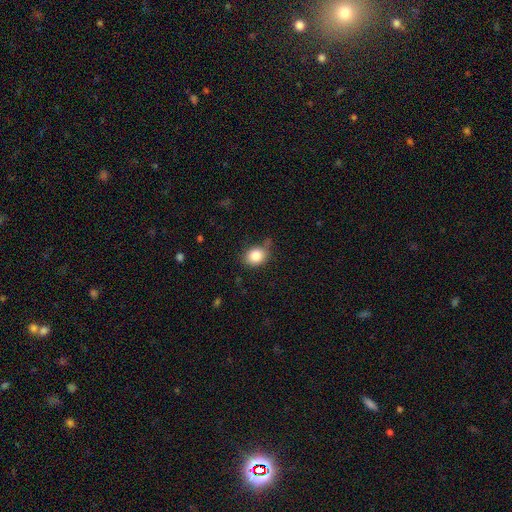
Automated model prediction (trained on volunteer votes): smooth 85%, star or artifact 9%, featured or disk 6%. Down the decision tree: how rounded — round (53%); merging — none (68%).